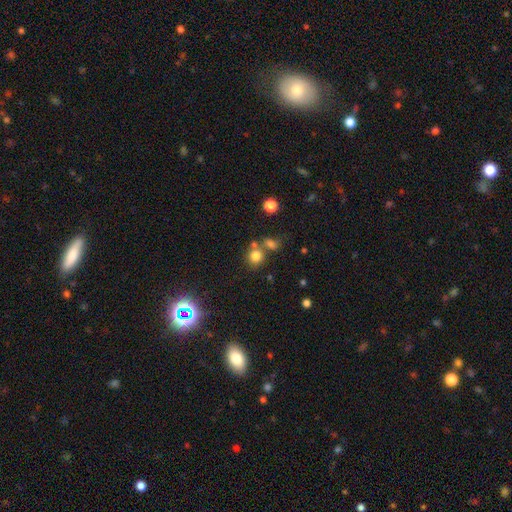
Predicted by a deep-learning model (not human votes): The model was most divided on "merging": none: 60%, merger: 26%, minor disturbance: 10%, major disturbance: 4%. More confident: how rounded — round (82%); smooth or featured — smooth (77%).